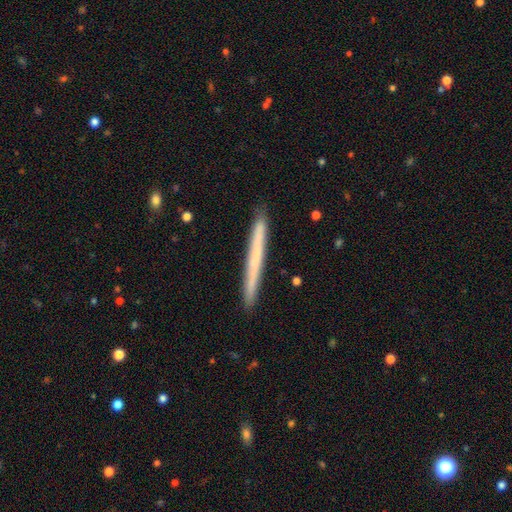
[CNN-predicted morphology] Smooth or featured? smooth (57%)
How rounded? cigar-shaped (98%)
Merging? none (92%)